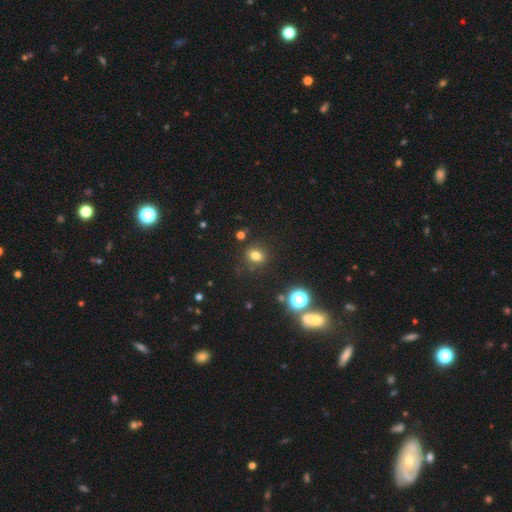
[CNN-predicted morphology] Q: Smooth or featured?
A: smooth (77%); runner-up: star or artifact (16%)
Q: How rounded?
A: in between (51%); runner-up: round (47%)
Q: Merging?
A: none (83%); runner-up: minor disturbance (11%)